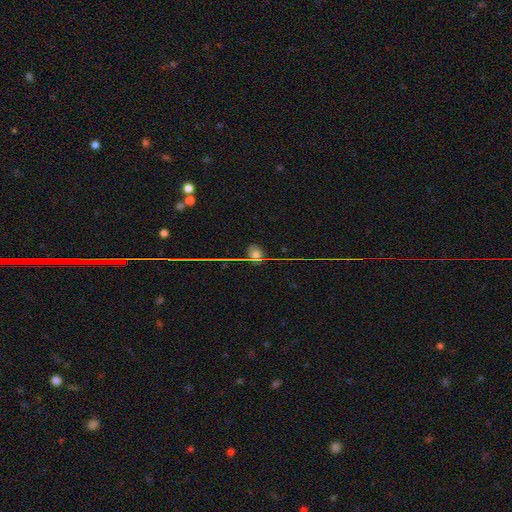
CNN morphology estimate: Smooth or featured: star or artifact — 45% (smooth — 43%)